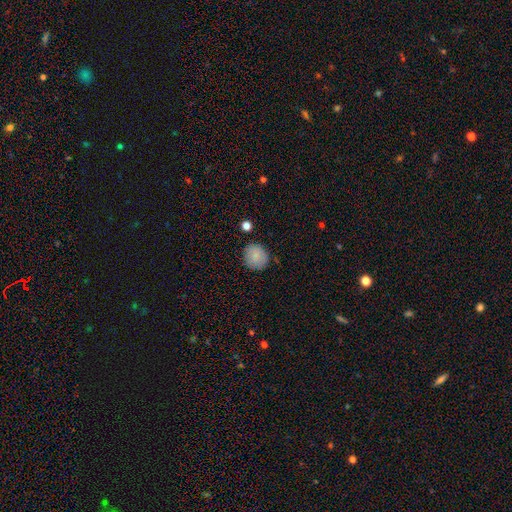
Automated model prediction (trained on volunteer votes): smooth 86%, star or artifact 8%, featured or disk 6%. Down the decision tree: how rounded — round (85%); merging — none (84%).